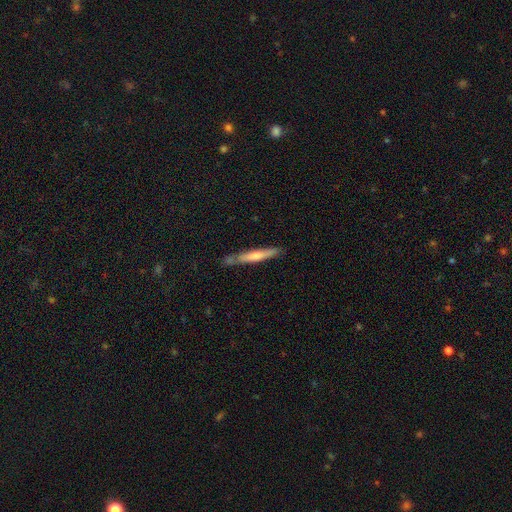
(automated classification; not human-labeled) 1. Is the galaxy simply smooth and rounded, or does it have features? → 59% smooth, 35% featured or disk, 5% star or artifact.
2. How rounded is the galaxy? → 94% cigar-shaped, 5% in between, 1% round.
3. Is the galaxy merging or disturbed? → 74% none, 17% minor disturbance, 6% merger, 3% major disturbance.